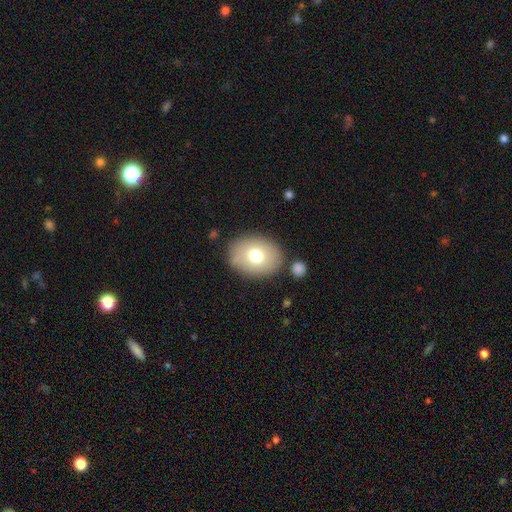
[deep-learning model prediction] Smooth or featured? smooth (73%)
How rounded? in between (63%)
Merging? none (80%)